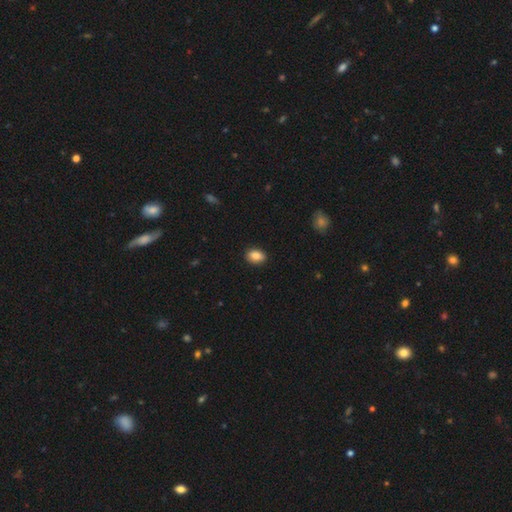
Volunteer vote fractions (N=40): This is clearly a smooth galaxy (80%). How rounded: clearly in between (88%). Merging: clearly none (92%).